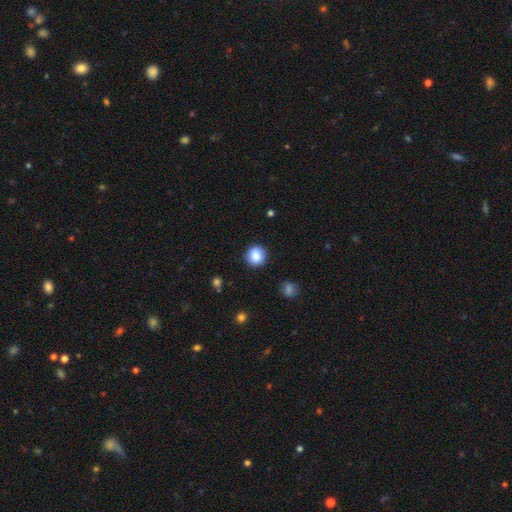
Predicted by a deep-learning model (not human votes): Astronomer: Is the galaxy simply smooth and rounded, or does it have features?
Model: smooth — 86%.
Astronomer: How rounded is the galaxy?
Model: round — 91%.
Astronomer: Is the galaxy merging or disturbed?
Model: none — 88%.